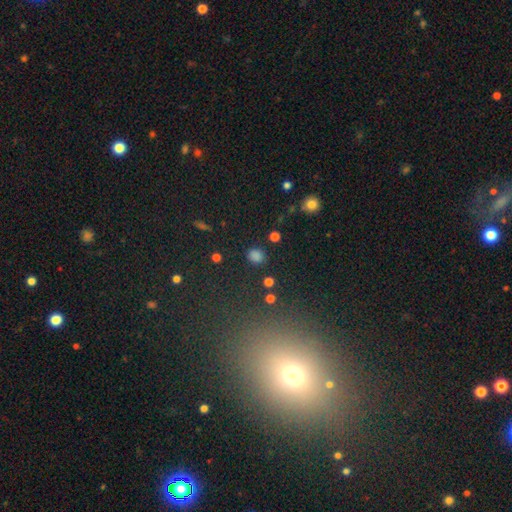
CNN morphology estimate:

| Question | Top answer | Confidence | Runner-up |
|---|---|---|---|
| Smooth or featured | smooth | 75% | star or artifact (19%) |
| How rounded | round | 69% | in between (30%) |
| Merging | none | 85% | minor disturbance (10%) |